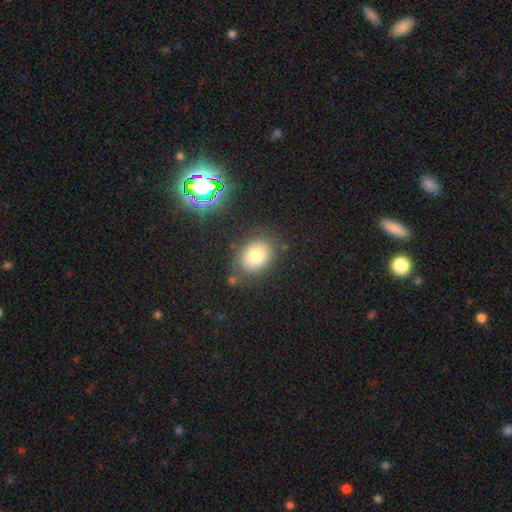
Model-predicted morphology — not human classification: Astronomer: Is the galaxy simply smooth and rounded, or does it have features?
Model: smooth — 78%.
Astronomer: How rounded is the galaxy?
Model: in between — 55% (runner-up: round, 44%).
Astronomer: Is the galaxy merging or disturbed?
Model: none — 76%.